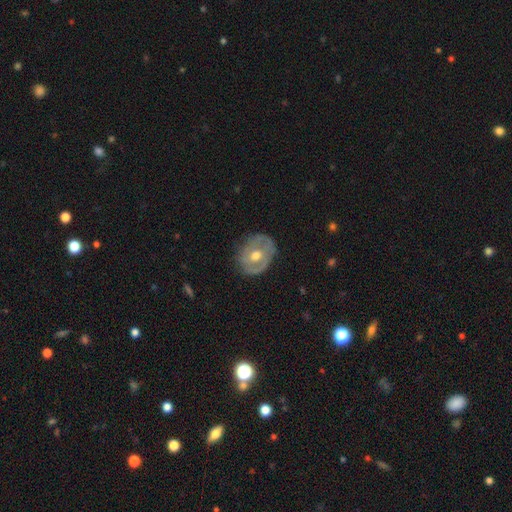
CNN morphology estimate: smooth_or_featured: featured or disk (p=0.62) [alt: smooth p=0.32]
disk_edge_on: no (p=0.95) [alt: yes p=0.05]
bar: no (p=0.67) [alt: weak p=0.26]
has_spiral_arms: no (p=0.55) [alt: yes p=0.45]
bulge_size: moderate (p=0.78) [alt: small p=0.12]
merging: none (p=0.72) [alt: minor disturbance p=0.20]